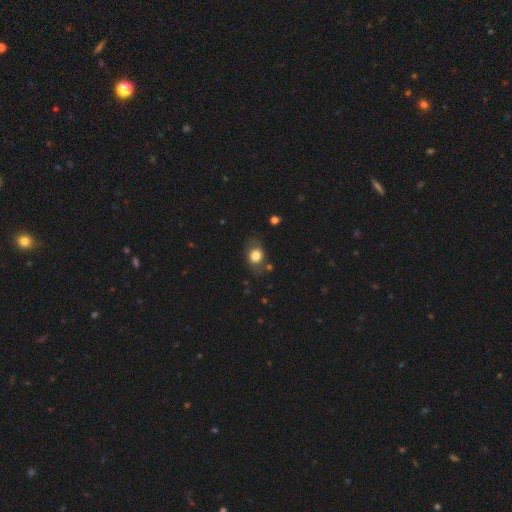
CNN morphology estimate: A smooth galaxy with no disk features (78%) that is in between round and cigar-shaped (62%).

Vote fractions:
- Smooth or featured? smooth: 78% / featured or disk: 14% / star or artifact: 9%
- How rounded? in between: 62% / round: 36% / cigar-shaped: 2%
- Merging? none: 72% / minor disturbance: 18% / major disturbance: 7% / merger: 3%